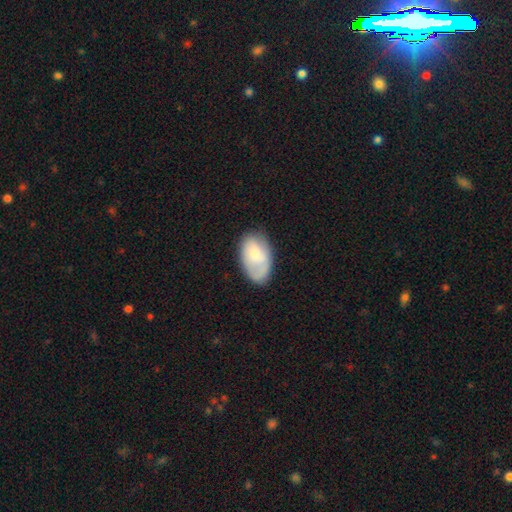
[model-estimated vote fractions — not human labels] A smooth galaxy with no disk features (66%) that is in between round and cigar-shaped (92%). Merging: none (63%).